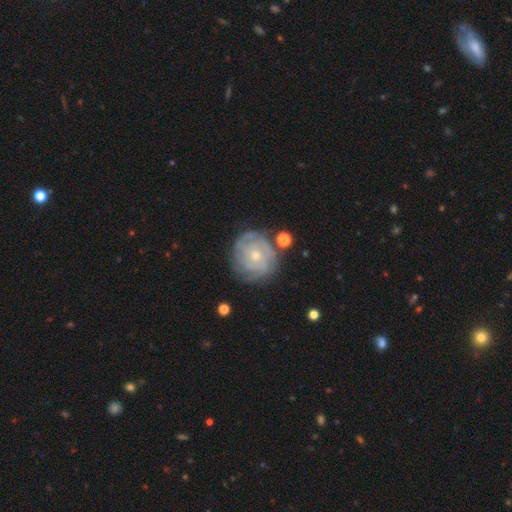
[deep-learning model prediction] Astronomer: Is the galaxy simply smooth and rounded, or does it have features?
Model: featured or disk — 82%.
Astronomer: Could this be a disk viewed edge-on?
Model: no — 98%.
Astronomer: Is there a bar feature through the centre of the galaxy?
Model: no — 80%.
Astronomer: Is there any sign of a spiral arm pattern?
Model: yes — 94%.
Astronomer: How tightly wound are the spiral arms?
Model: tight — 78%.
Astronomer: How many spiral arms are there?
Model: can't tell — 33% (runner-up: 3, 23%).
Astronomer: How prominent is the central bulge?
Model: small — 65%.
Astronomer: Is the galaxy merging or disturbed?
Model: none — 77%.